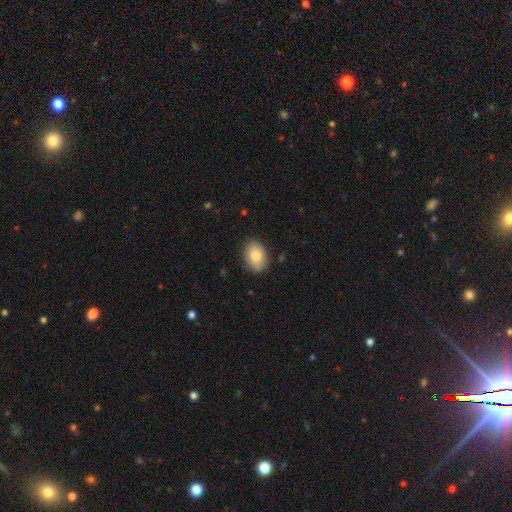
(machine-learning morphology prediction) Smooth or featured? Predicted: smooth (p=0.84). How rounded? Predicted: in between (p=0.83). Merging? Predicted: none (p=0.83).